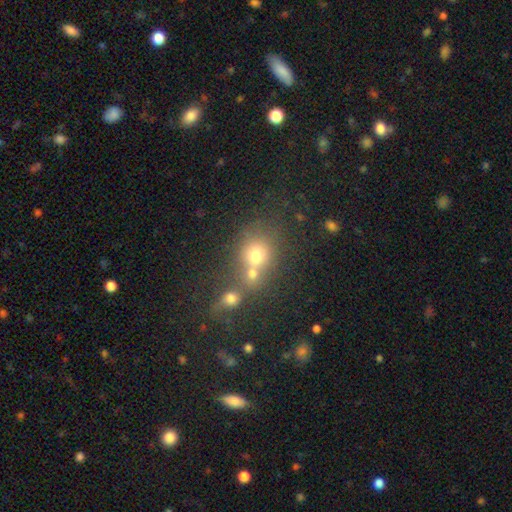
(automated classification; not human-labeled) Overall: smooth (68%). How rounded: round (75%). Merging: merger (47%; none 39%).